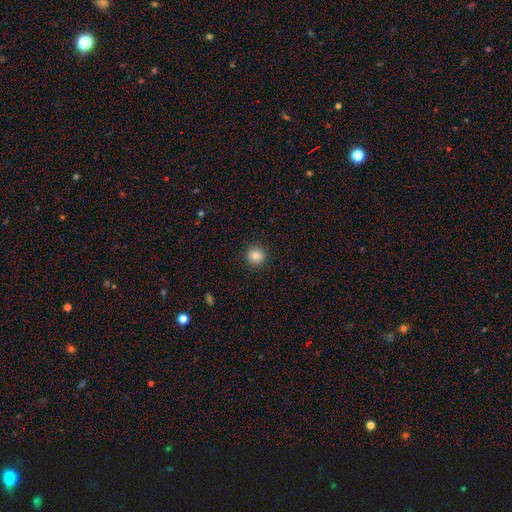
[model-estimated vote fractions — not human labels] Smooth or featured: smooth — 85% (star or artifact — 10%)
How rounded: round — 91% (in between — 8%)
Merging: none — 91% (minor disturbance — 6%)